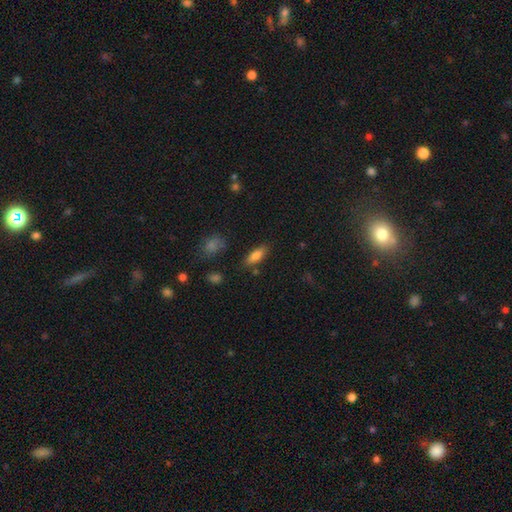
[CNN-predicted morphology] Smooth or featured? Predicted: smooth (p=0.80). How rounded? Predicted: in between (p=0.68). Merging? Predicted: none (p=0.80).